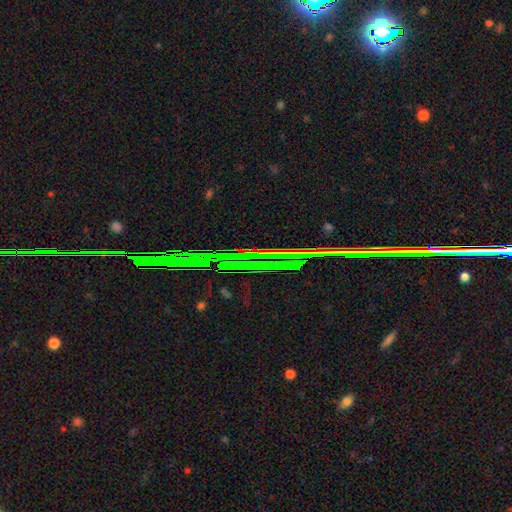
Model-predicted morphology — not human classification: smooth_or_featured: star or artifact (p=0.82) [alt: featured or disk p=0.10]